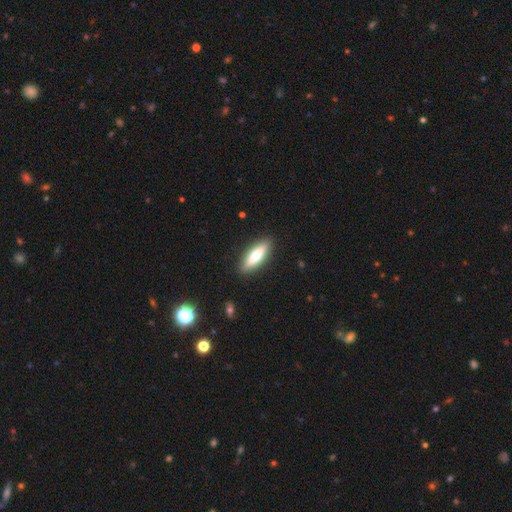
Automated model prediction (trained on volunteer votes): smooth-or-featured: smooth: 60% | featured or disk: 34% | star or artifact: 6%
  how-rounded: cigar-shaped: 55% | in between: 43% | round: 2%
  merging: none: 90% | minor disturbance: 7% | major disturbance: 2% | merger: 1%